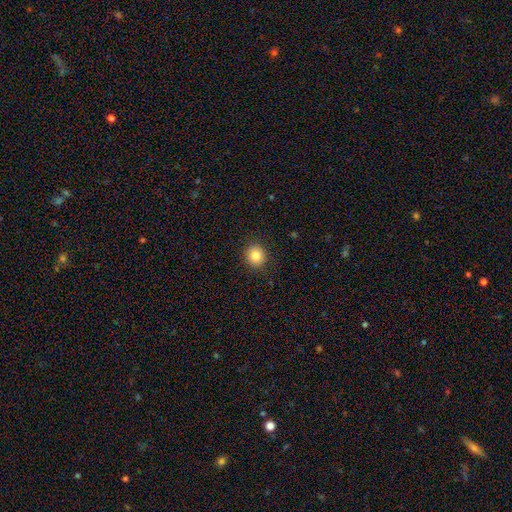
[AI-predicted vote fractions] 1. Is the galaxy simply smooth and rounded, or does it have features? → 83% smooth, 10% star or artifact, 7% featured or disk.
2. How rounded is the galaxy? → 88% round, 12% in between, 1% cigar-shaped.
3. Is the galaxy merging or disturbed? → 91% none, 6% minor disturbance, 2% major disturbance, 1% merger.